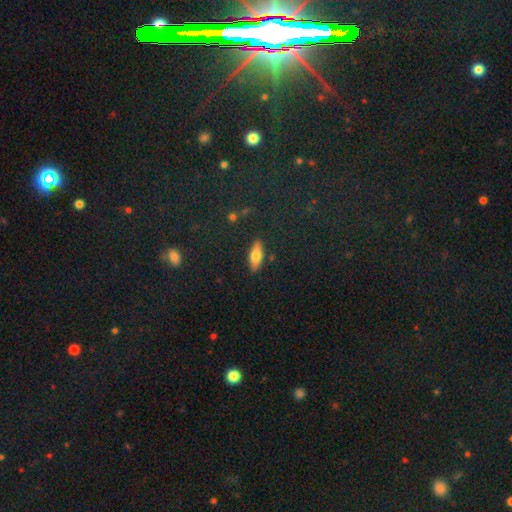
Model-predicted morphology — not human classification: The model was most divided on "how rounded": in between: 72%, cigar-shaped: 25%, round: 3%. More confident: merging — none (87%); smooth or featured — smooth (73%).